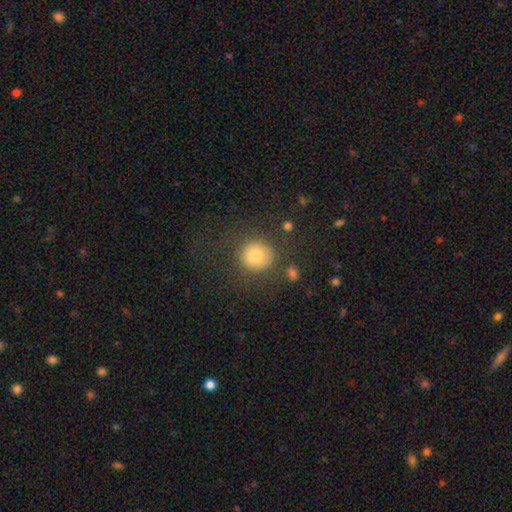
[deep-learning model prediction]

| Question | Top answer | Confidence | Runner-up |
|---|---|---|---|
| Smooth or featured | smooth | 79% | star or artifact (11%) |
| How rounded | round | 91% | in between (8%) |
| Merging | none | 79% | minor disturbance (11%) |